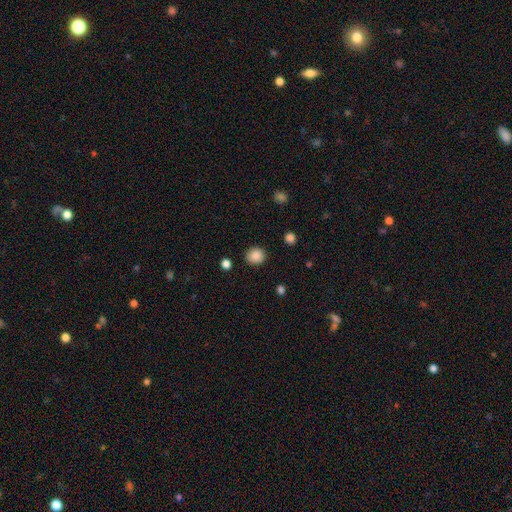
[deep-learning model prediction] A smooth galaxy with no disk features (87%) that is round (82%).

Vote fractions:
- Smooth or featured? smooth: 87% / star or artifact: 10% / featured or disk: 3%
- How rounded? round: 82% / in between: 17% / cigar-shaped: 1%
- Merging? none: 88% / minor disturbance: 8% / major disturbance: 3% / merger: 2%